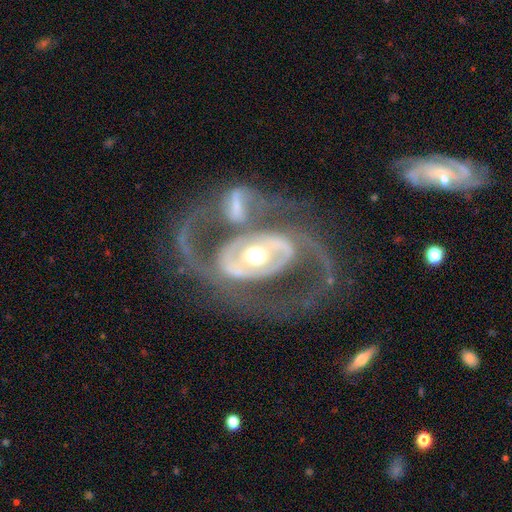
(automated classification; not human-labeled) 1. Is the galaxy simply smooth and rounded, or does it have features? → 87% featured or disk, 8% smooth, 5% star or artifact.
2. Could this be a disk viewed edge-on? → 96% no, 4% yes.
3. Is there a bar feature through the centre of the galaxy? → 52% no, 25% weak, 24% strong.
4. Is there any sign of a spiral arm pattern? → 80% yes, 20% no.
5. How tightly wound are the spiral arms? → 44% medium, 33% loose, 23% tight.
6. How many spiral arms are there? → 78% 2, 9% can't tell, 7% 1, 3% 3, 2% 4, 2% more than 4.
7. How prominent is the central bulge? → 71% moderate, 14% small, 12% large, 2% dominant, 1% none.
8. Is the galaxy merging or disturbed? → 35% none, 32% merger, 20% major disturbance, 12% minor disturbance.